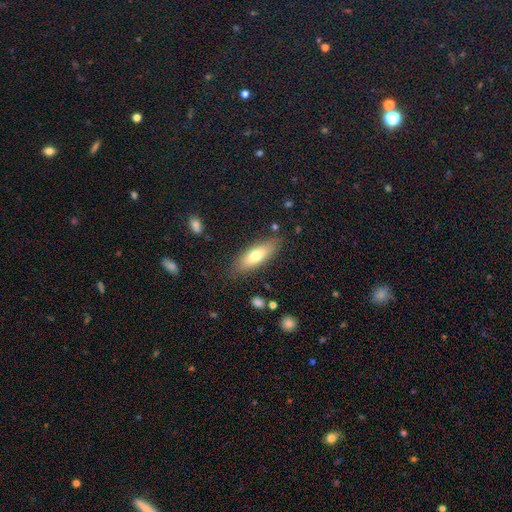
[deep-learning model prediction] A smooth galaxy with no disk features (71%) that is in between round and cigar-shaped (60%).

Vote fractions:
- Smooth or featured? smooth: 71% / featured or disk: 23% / star or artifact: 6%
- How rounded? in between: 60% / cigar-shaped: 38% / round: 2%
- Merging? none: 83% / minor disturbance: 12% / major disturbance: 3% / merger: 2%